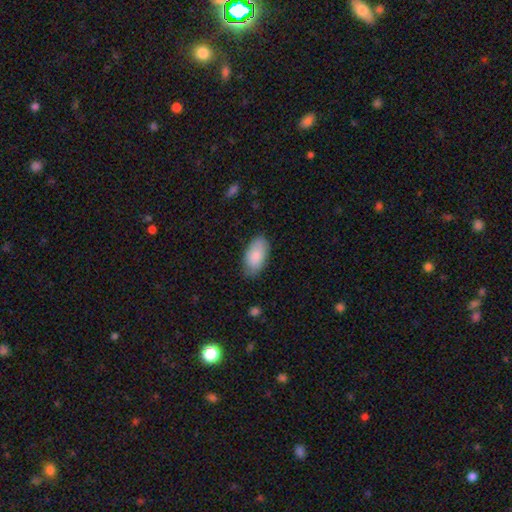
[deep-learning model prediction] The model was most divided on "merging": none: 79%, minor disturbance: 17%, major disturbance: 3%, merger: 1%. More confident: how rounded — in between (94%); smooth or featured — smooth (84%).